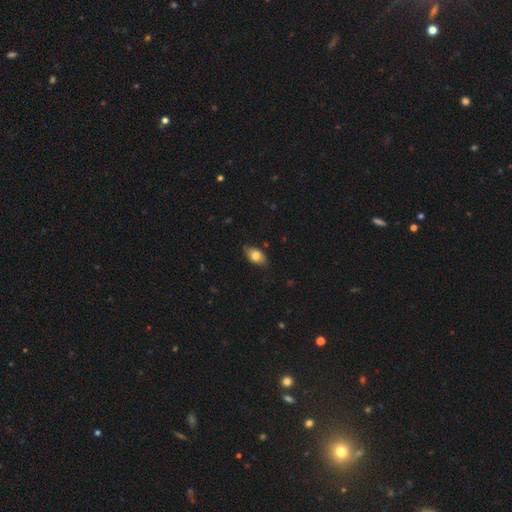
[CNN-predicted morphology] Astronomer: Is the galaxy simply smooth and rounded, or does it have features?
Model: smooth — 77%.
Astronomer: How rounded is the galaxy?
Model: in between — 90%.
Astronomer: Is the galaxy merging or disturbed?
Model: none — 79%.